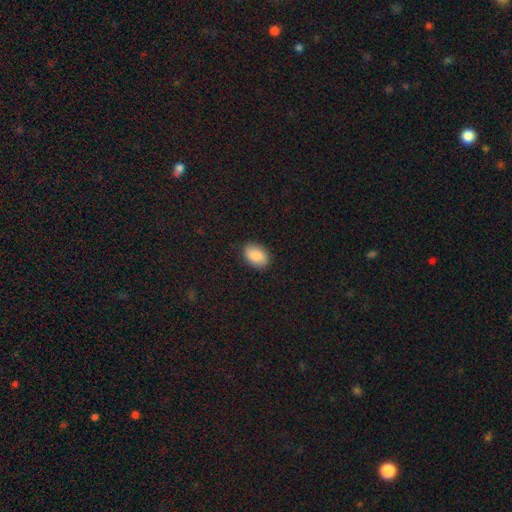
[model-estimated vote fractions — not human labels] smooth-or-featured: smooth: 85% | featured or disk: 8% | star or artifact: 7%
  how-rounded: in between: 84% | round: 15% | cigar-shaped: 1%
  merging: none: 88% | minor disturbance: 9% | major disturbance: 2% | merger: 1%